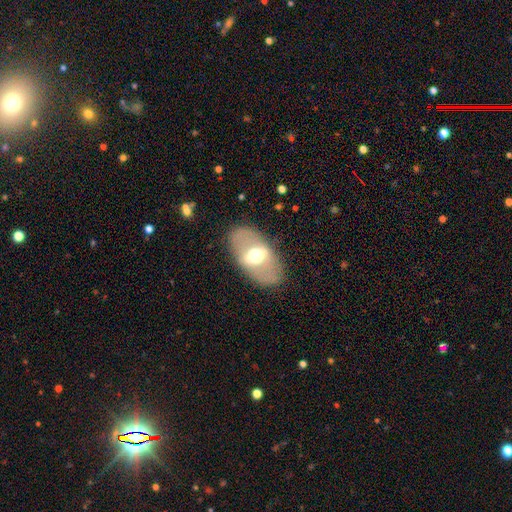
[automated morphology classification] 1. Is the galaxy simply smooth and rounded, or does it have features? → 58% featured or disk, 35% smooth, 7% star or artifact.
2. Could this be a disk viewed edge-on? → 82% no, 18% yes.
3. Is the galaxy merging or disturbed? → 82% none, 11% minor disturbance, 6% major disturbance, 1% merger.